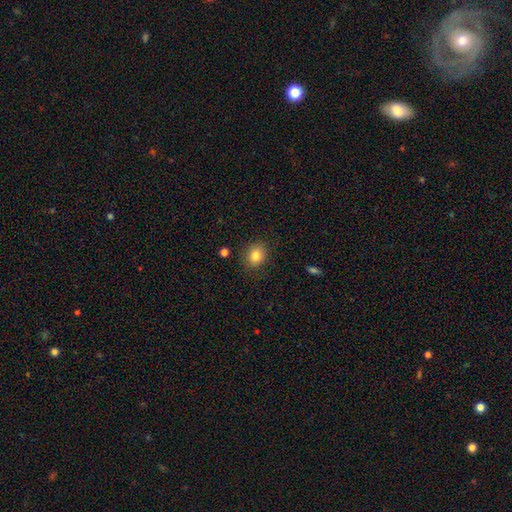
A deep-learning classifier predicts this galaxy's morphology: Overall: smooth (82%). How rounded: round (65%; in between 34%). Merging: none (87%).